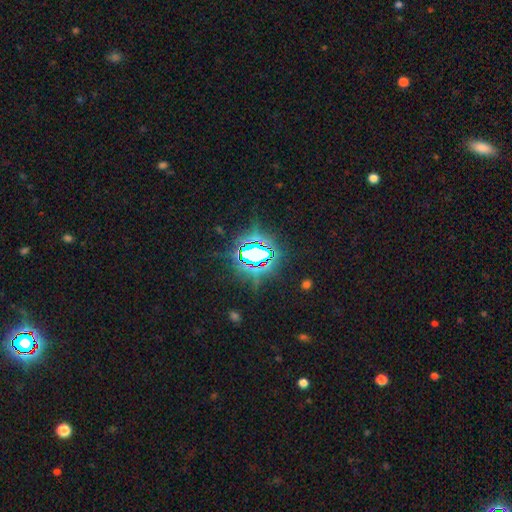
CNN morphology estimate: Q: Smooth or featured?
A: star or artifact (79%); runner-up: smooth (11%)